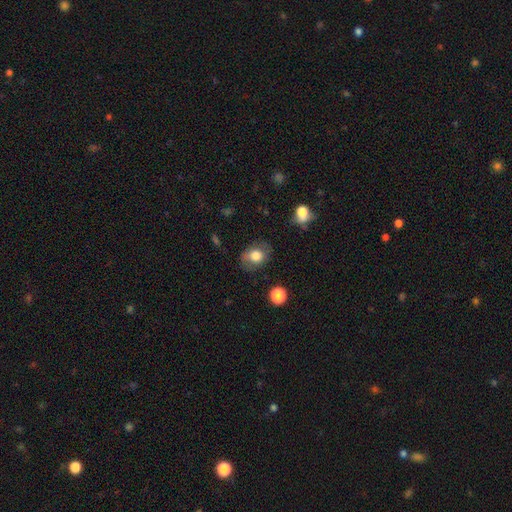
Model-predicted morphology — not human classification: A smooth galaxy with no disk features (70%) that is in between round and cigar-shaped (62%).

Vote fractions:
- Smooth or featured? smooth: 70% / featured or disk: 22% / star or artifact: 8%
- How rounded? in between: 62% / round: 37% / cigar-shaped: 1%
- Merging? none: 72% / minor disturbance: 19% / major disturbance: 8% / merger: 2%